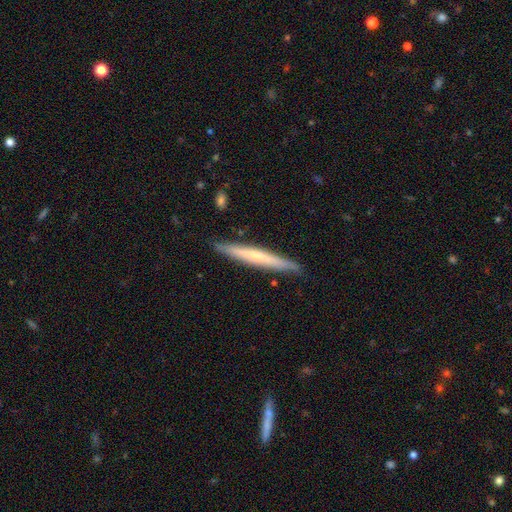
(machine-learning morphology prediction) featured or disk 48%, smooth 47%, star or artifact 5%. Down the decision tree: merging — none (88%).